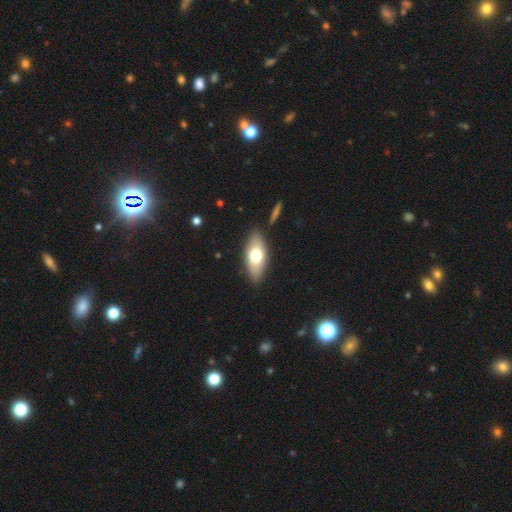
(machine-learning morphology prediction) Overall: smooth (69%). How rounded: in between (84%). Merging: none (85%).